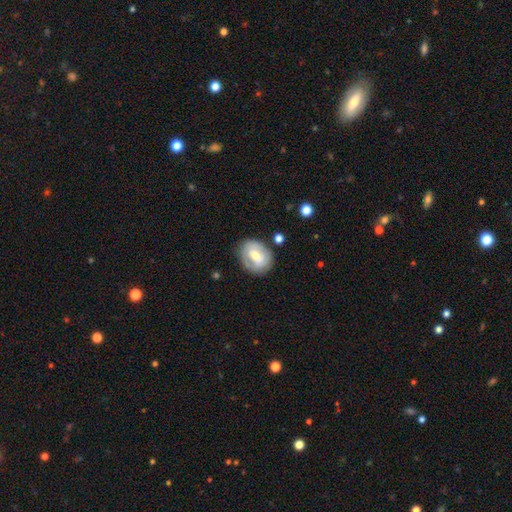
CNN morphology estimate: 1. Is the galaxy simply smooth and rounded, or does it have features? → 47% featured or disk, 46% smooth, 7% star or artifact.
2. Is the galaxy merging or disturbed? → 72% none, 18% minor disturbance, 6% major disturbance, 3% merger.